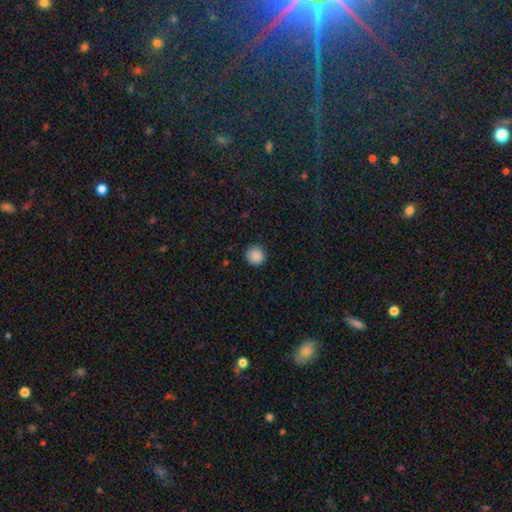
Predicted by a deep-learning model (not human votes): A smooth galaxy with no disk features (88%) that is round (92%). Merging: none (89%).